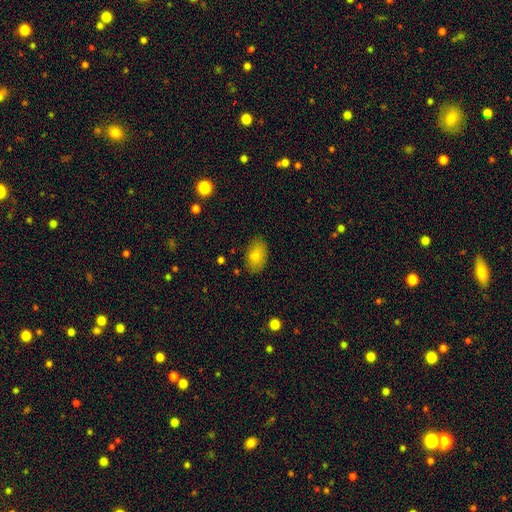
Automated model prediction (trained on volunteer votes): Q: Smooth or featured?
A: smooth (84%); runner-up: featured or disk (8%)
Q: How rounded?
A: in between (91%); runner-up: round (8%)
Q: Merging?
A: none (80%); runner-up: minor disturbance (14%)